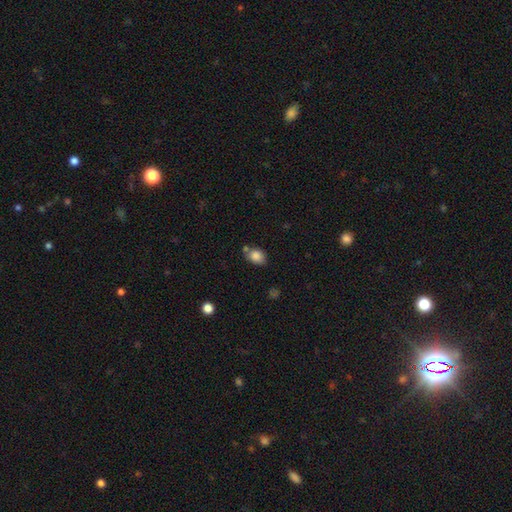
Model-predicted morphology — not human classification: Overall: smooth (85%). How rounded: in between (68%; round 31%). Merging: none (63%).